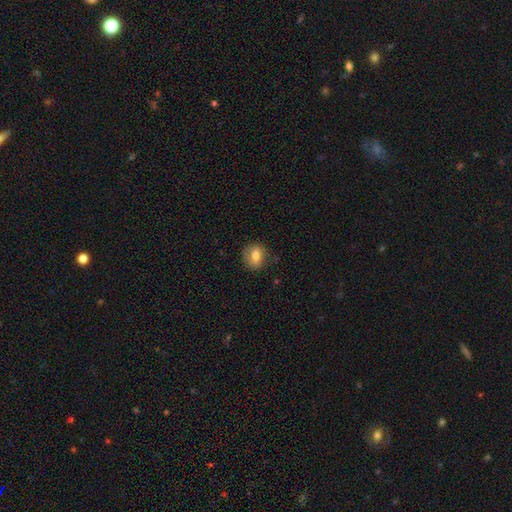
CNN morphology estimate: Smooth or featured: smooth — 70% (featured or disk — 21%)
How rounded: round — 55% (in between — 44%)
Merging: none — 78% (minor disturbance — 16%)